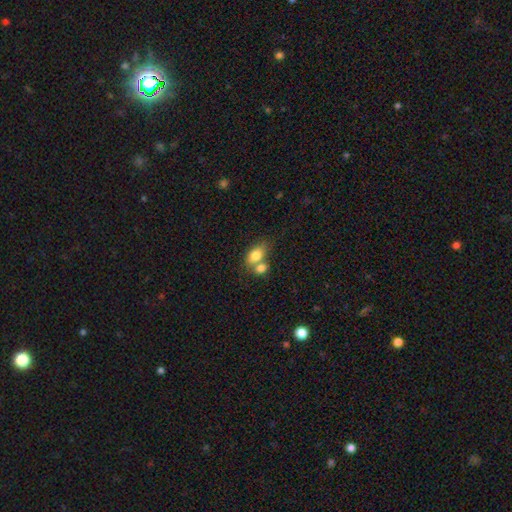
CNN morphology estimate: The model was most divided on "merging": merger: 56%, none: 30%, minor disturbance: 10%, major disturbance: 4%. More confident: how rounded — in between (81%); smooth or featured — smooth (79%).